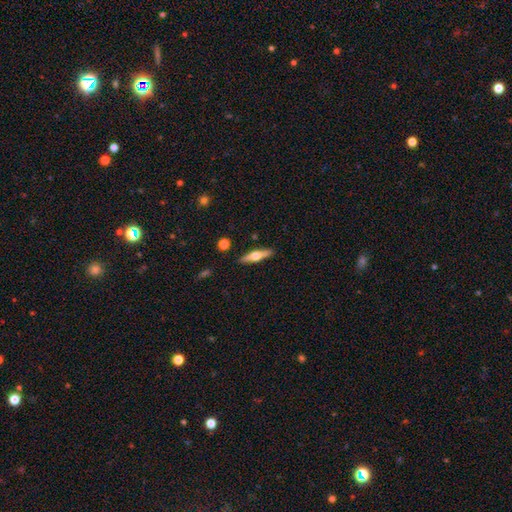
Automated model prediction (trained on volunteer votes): Smooth or featured?
  - featured or disk: 63% *
  - smooth: 31%
  - star or artifact: 6%
Edge-on disk?
  - yes: 96% *
  - no: 4%
Edge-on bulge?
  - rounded: 95% *
  - boxy: 3%
  - none: 2%
Merging?
  - none: 90% *
  - minor disturbance: 7%
  - merger: 2%
  - major disturbance: 2%